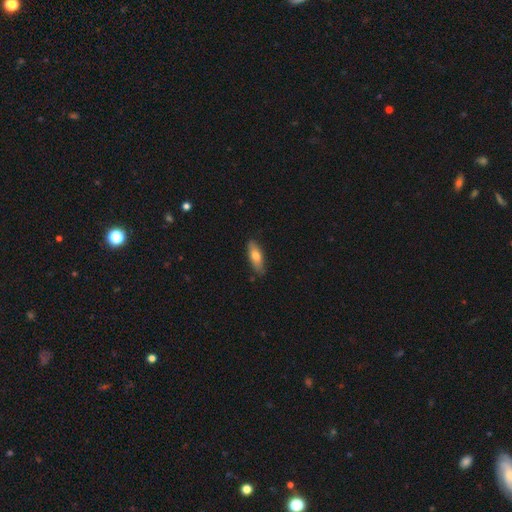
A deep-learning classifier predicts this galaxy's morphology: Q: Smooth or featured?
A: smooth (71%); runner-up: featured or disk (23%)
Q: How rounded?
A: in between (63%); runner-up: cigar-shaped (34%)
Q: Merging?
A: none (83%); runner-up: minor disturbance (14%)